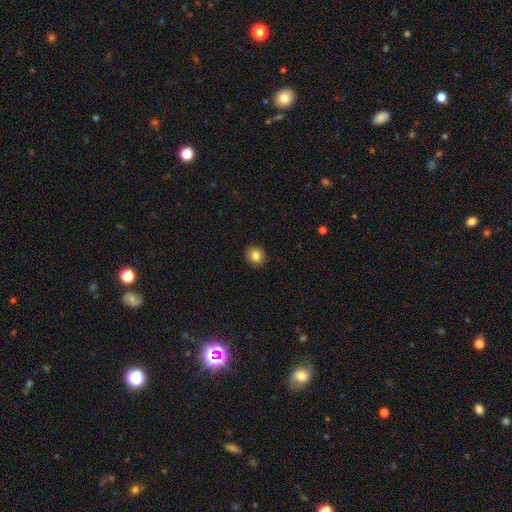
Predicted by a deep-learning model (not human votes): Overall: smooth (84%). How rounded: round (81%). Merging: none (91%).